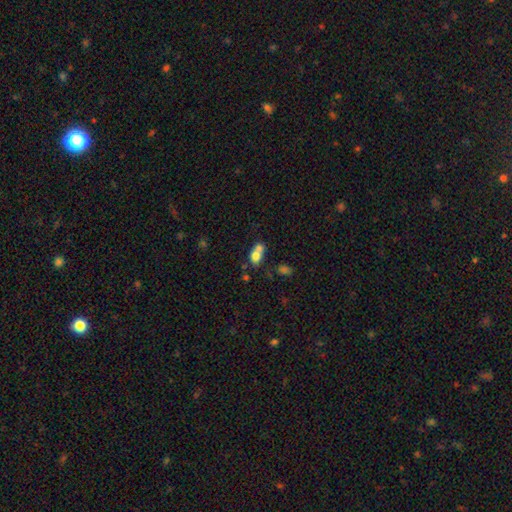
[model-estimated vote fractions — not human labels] This is likely a smooth galaxy (72%). How rounded: likely in between (65%). Merging: possibly merger (60%).